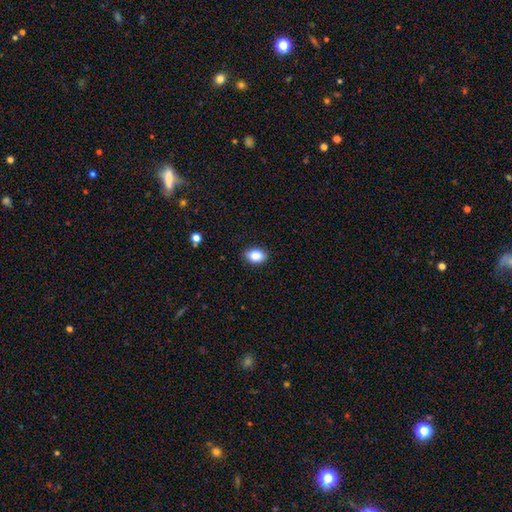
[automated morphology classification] smooth-or-featured: smooth: 87% | star or artifact: 9% | featured or disk: 5%
  how-rounded: in between: 74% | round: 25% | cigar-shaped: 1%
  merging: none: 85% | minor disturbance: 11% | major disturbance: 2% | merger: 1%